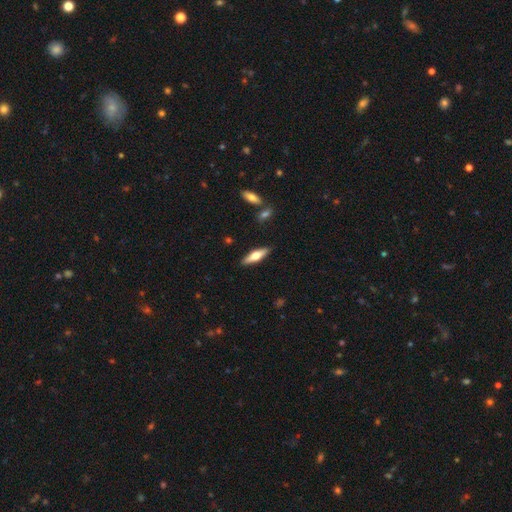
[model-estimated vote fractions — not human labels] Overall: smooth (50%; featured or disk 44%). How rounded: cigar-shaped (58%; in between 39%). Merging: none (88%).